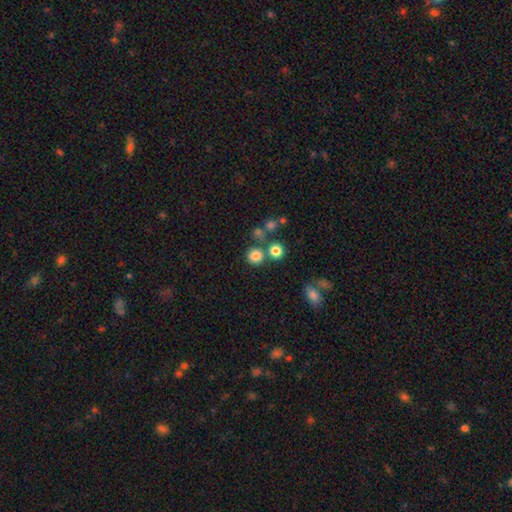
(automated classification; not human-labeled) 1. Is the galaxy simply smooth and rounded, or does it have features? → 80% smooth, 14% star or artifact, 6% featured or disk.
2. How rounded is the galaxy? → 91% round, 9% in between, 1% cigar-shaped.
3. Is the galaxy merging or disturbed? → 73% none, 15% merger, 9% minor disturbance, 4% major disturbance.